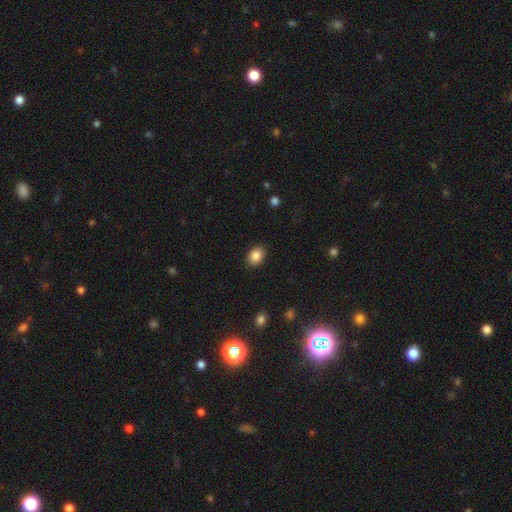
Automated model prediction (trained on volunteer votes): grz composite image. It shows a smooth galaxy with no disk features (86%) that is in between round and cigar-shaped (70%). Merging: none (89%).